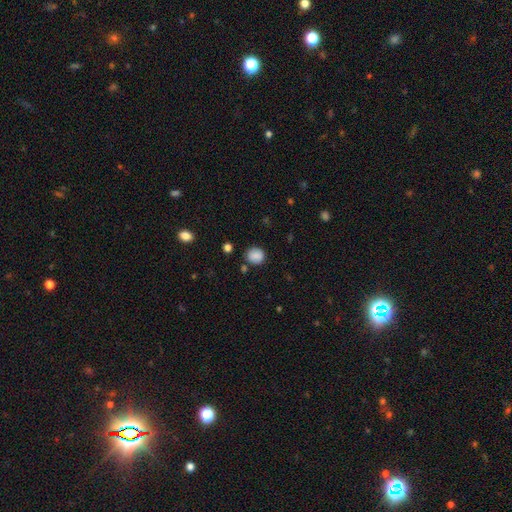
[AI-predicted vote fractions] Smooth or featured: smooth — 85% (star or artifact — 9%)
How rounded: round — 76% (in between — 23%)
Merging: none — 80% (minor disturbance — 13%)